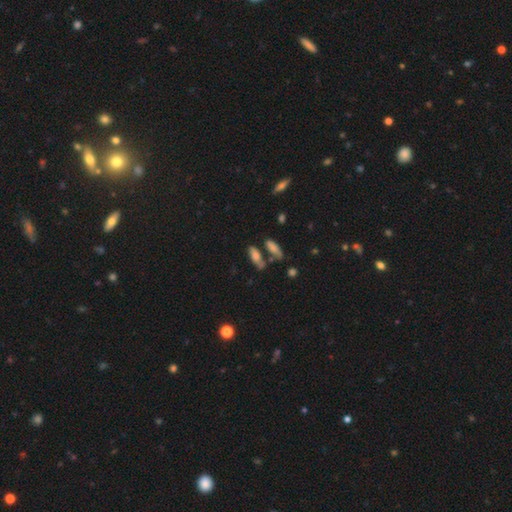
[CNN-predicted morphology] smooth-or-featured: smooth: 69% | featured or disk: 20% | star or artifact: 10%
  how-rounded: in between: 66% | cigar-shaped: 30% | round: 3%
  merging: none: 54% | merger: 23% | minor disturbance: 17% | major disturbance: 7%